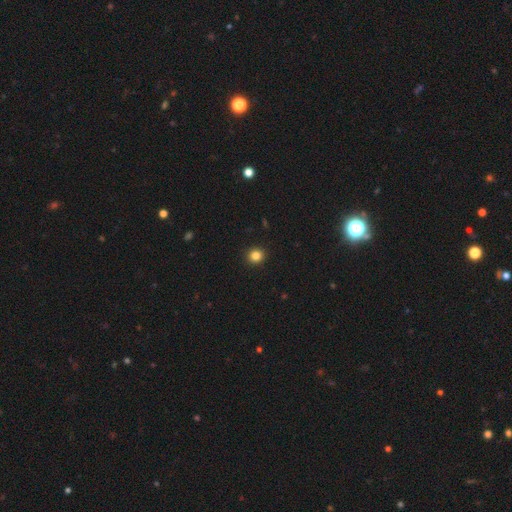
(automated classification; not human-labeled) This is clearly a smooth galaxy (84%). How rounded: clearly round (90%). Merging: clearly none (93%).